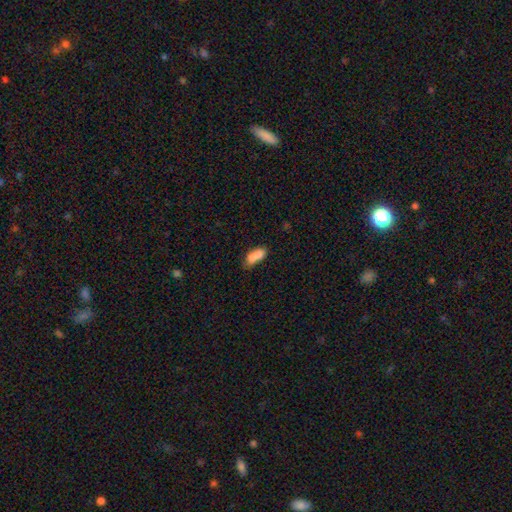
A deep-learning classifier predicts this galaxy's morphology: smooth_or_featured: smooth (p=0.76) [alt: featured or disk p=0.15]
how_rounded: in between (p=0.78) [alt: cigar-shaped p=0.17]
merging: merger (p=0.38) [alt: none p=0.33]